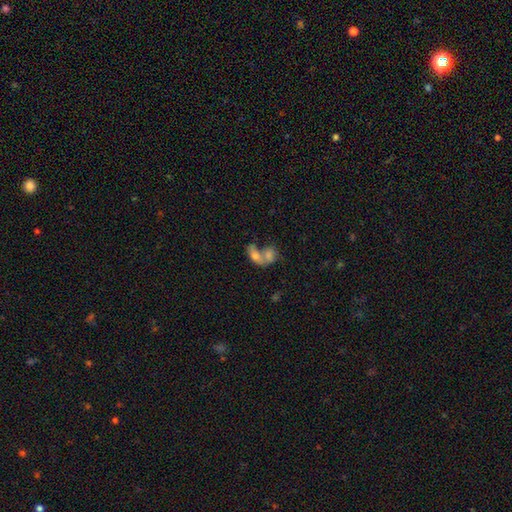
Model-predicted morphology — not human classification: Smooth or featured? smooth (65%)
How rounded? in between (81%)
Merging? merger (73%)